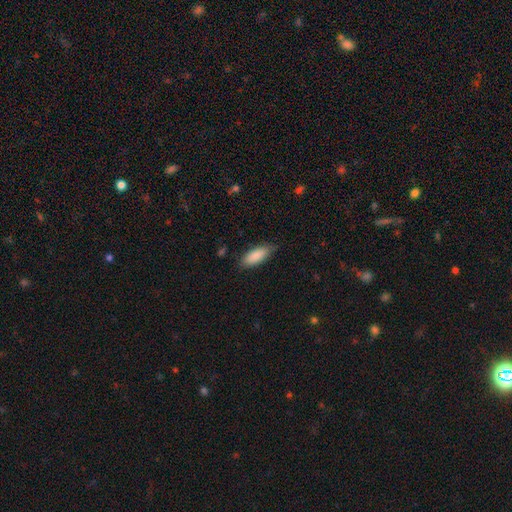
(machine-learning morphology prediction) A smooth galaxy with no disk features (88%) that is in between round and cigar-shaped (79%).

Vote fractions:
- Smooth or featured? smooth: 88% / featured or disk: 6% / star or artifact: 6%
- How rounded? in between: 79% / cigar-shaped: 20% / round: 2%
- Merging? none: 78% / minor disturbance: 17% / major disturbance: 3% / merger: 1%